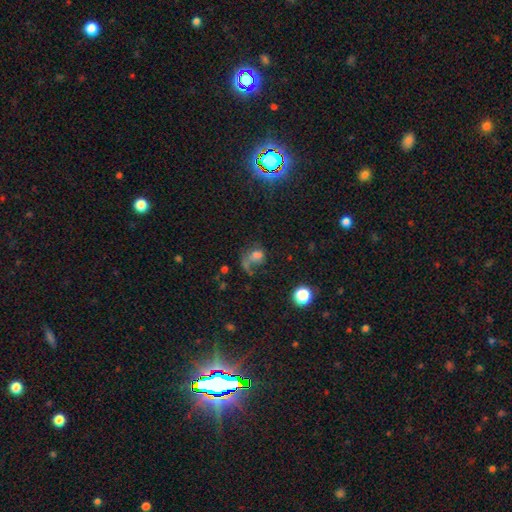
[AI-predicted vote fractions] Q: Smooth or featured?
A: smooth (46%); runner-up: star or artifact (28%)
Q: Merging?
A: major disturbance (35%); runner-up: none (30%)